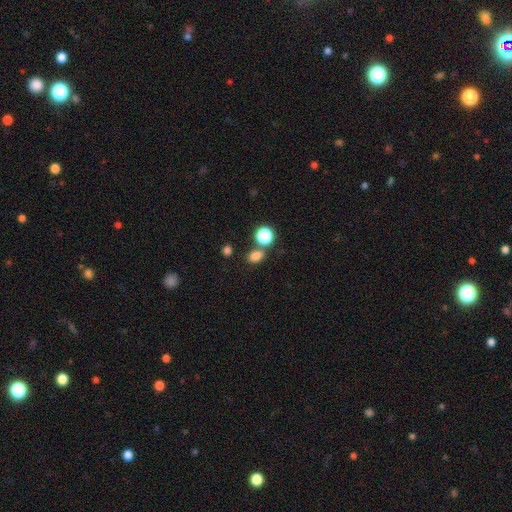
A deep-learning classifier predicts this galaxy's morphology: smooth 78%, star or artifact 17%, featured or disk 5%. Down the decision tree: how rounded — in between (61%); merging — none (68%).